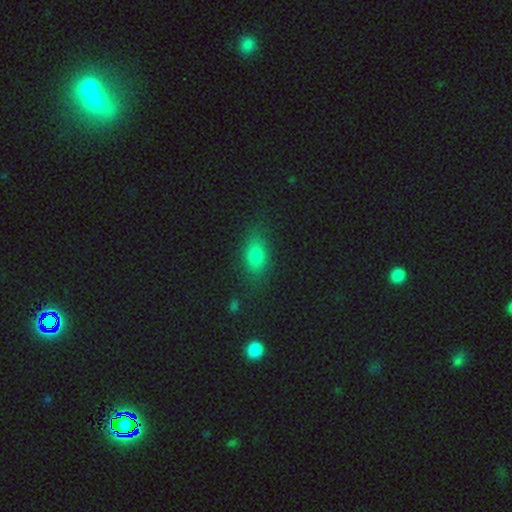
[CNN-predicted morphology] Smooth or featured? smooth (77%)
How rounded? in between (82%)
Merging? none (78%)